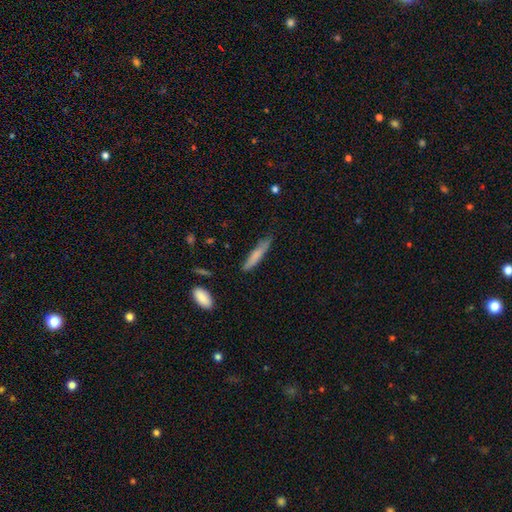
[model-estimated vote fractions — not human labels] A smooth galaxy with no disk features (75%) that is cigar-shaped (89%). Merging: none (72%).